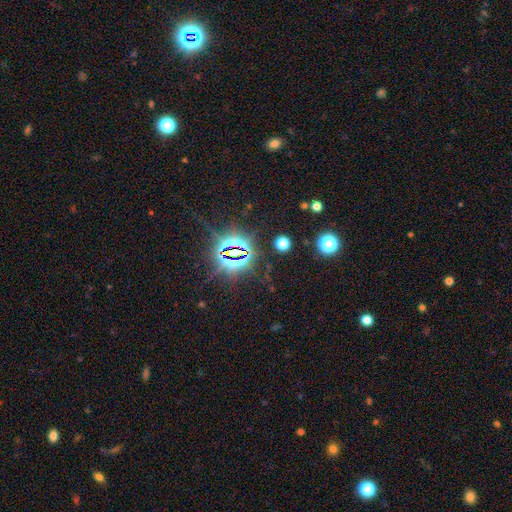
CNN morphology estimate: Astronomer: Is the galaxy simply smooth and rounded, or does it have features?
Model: star or artifact — 84%.